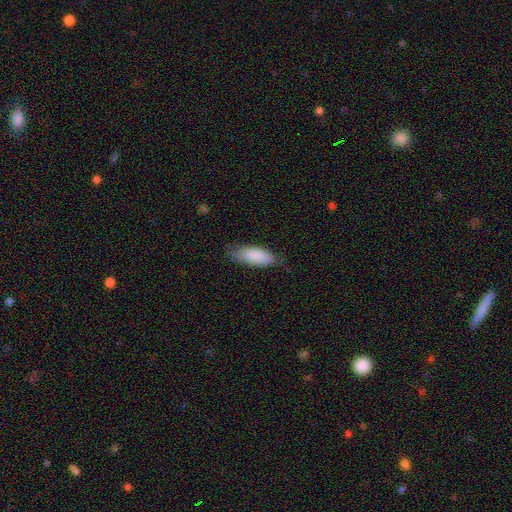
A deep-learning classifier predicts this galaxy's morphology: A smooth galaxy with no disk features (87%) that is in between round and cigar-shaped (78%). Merging: none (67%).